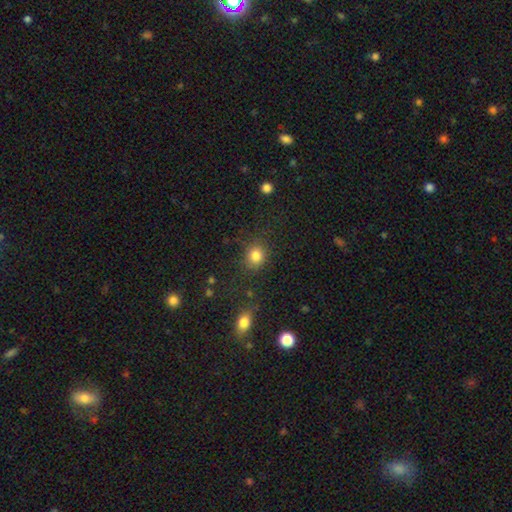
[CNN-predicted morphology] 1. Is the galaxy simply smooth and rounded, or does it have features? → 83% smooth, 12% star or artifact, 5% featured or disk.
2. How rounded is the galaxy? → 80% round, 19% in between, 1% cigar-shaped.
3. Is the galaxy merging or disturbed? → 82% none, 10% minor disturbance, 4% major disturbance, 3% merger.